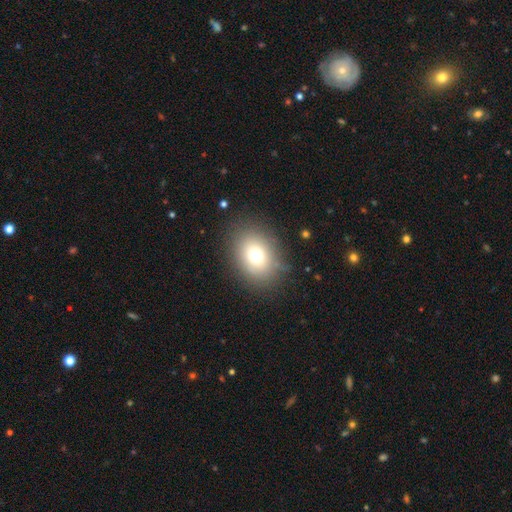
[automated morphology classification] This appears to be a smooth galaxy with no disk features (71%) that is in between round and cigar-shaped (51%). Merging: none (83%).